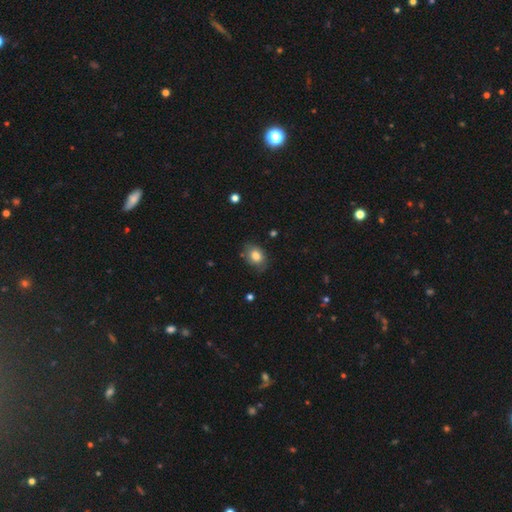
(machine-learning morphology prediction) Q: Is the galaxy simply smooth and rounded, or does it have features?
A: smooth — 82%.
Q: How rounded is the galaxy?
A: in between — 68%.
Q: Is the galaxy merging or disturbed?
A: none — 73%.